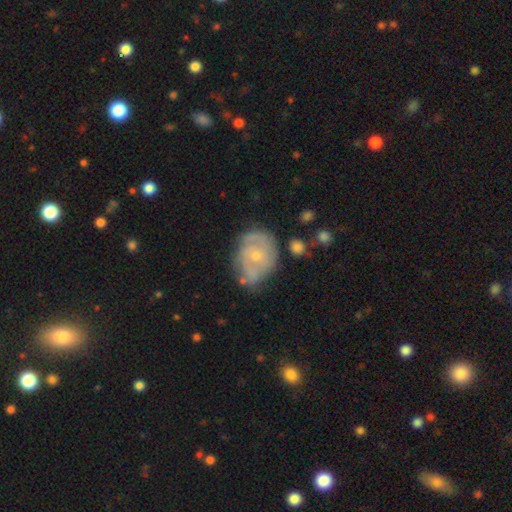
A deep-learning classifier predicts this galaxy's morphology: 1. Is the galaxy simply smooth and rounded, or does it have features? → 73% featured or disk, 21% smooth, 6% star or artifact.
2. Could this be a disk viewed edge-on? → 97% no, 3% yes.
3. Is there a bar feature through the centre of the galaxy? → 70% no, 26% weak, 4% strong.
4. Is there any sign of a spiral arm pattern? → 83% yes, 17% no.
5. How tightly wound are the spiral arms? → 50% tight, 37% medium, 13% loose.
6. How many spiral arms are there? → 42% 2, 33% can't tell, 13% 3, 6% 1, 3% 4, 3% more than 4.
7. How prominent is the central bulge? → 65% small, 32% moderate, 1% none, 1% large, 1% dominant.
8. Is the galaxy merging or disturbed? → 57% none, 28% minor disturbance, 10% major disturbance, 5% merger.